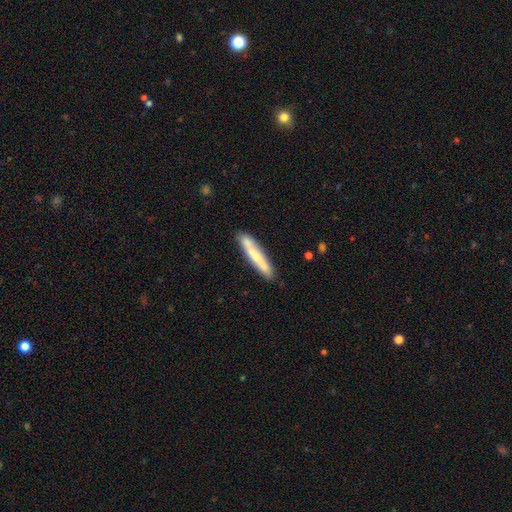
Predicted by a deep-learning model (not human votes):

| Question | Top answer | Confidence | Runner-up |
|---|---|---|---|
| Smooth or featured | smooth | 57% | featured or disk (37%) |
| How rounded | cigar-shaped | 92% | in between (6%) |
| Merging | none | 82% | minor disturbance (12%) |